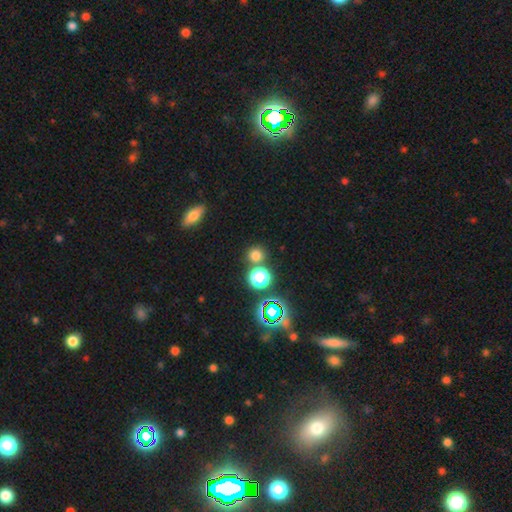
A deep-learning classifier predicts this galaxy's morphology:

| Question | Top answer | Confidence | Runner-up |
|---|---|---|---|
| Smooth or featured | smooth | 71% | star or artifact (24%) |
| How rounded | round | 89% | in between (10%) |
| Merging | none | 75% | merger (14%) |